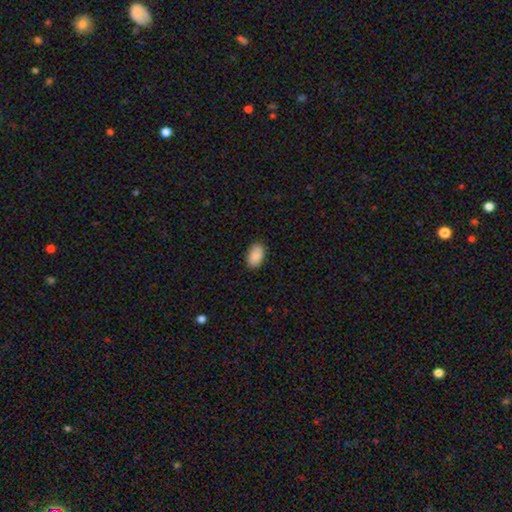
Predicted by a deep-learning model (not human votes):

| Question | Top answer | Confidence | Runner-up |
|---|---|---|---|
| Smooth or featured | smooth | 89% | star or artifact (6%) |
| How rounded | in between | 92% | round (7%) |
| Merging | none | 88% | minor disturbance (9%) |